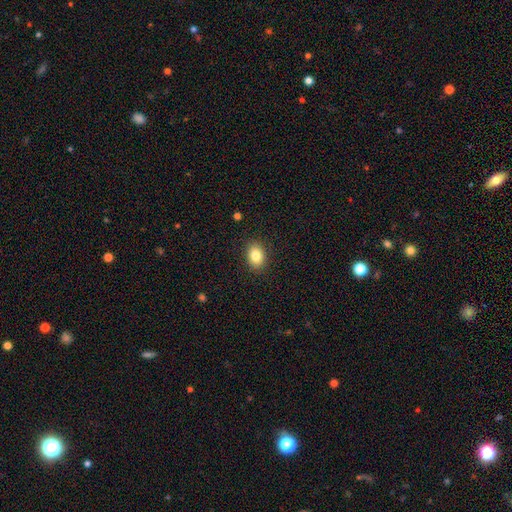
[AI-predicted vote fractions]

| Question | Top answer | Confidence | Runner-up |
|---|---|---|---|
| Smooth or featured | smooth | 85% | star or artifact (9%) |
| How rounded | in between | 76% | round (23%) |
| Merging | none | 89% | minor disturbance (8%) |